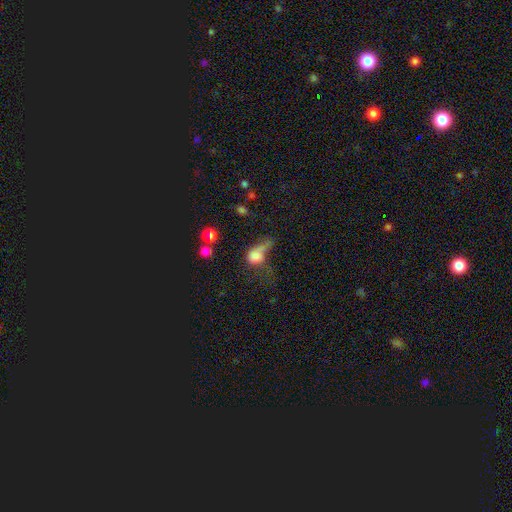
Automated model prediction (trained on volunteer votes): Smooth or featured? Predicted: smooth (p=0.71). How rounded? Predicted: in between (p=0.51). Merging? Predicted: major disturbance (p=0.46).